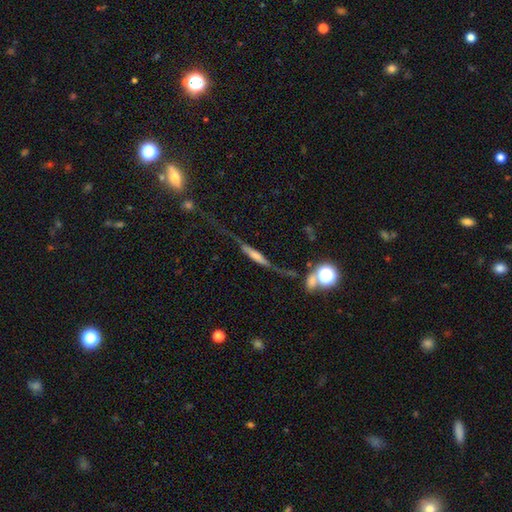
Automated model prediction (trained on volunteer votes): Smooth or featured? Predicted: featured or disk (p=0.63). Edge-on disk? Predicted: yes (p=0.70). Merging? Predicted: none (p=0.38).